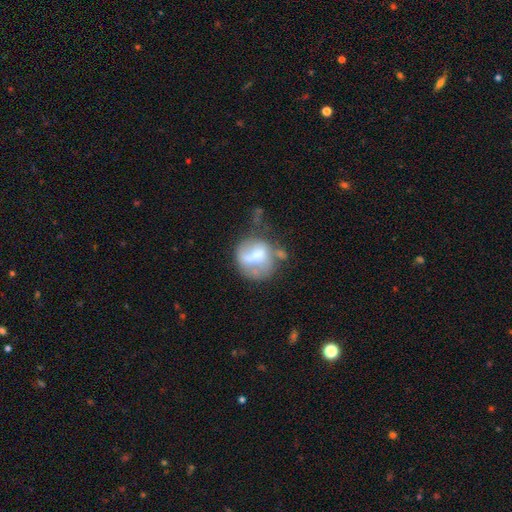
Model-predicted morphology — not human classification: A smooth galaxy with no disk features (49%). Merging: none (31%).